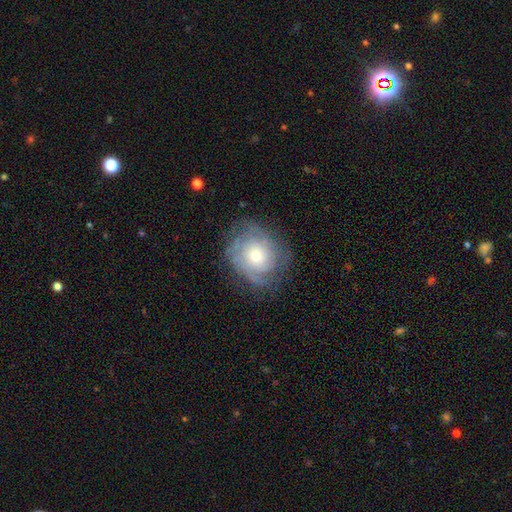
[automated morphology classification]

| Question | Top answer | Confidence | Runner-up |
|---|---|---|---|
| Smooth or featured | featured or disk | 67% | smooth (25%) |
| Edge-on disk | no | 97% | yes (3%) |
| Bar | no | 82% | weak (16%) |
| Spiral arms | yes | 85% | no (15%) |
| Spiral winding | tight | 62% | medium (27%) |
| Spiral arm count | can't tell | 50% | 2 (18%) |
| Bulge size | moderate | 52% | small (36%) |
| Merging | none | 70% | minor disturbance (20%) |